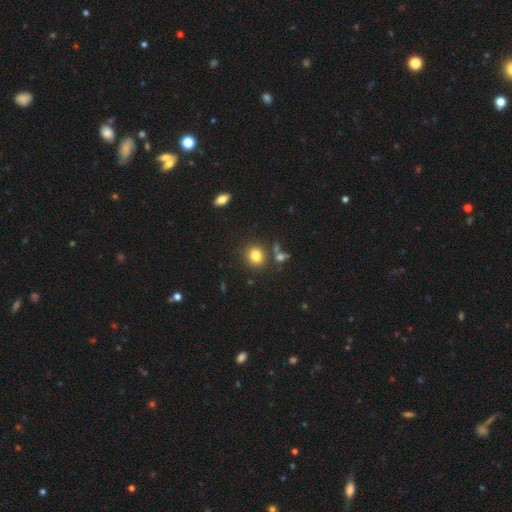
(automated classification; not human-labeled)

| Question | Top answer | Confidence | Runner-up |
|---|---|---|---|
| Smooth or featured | smooth | 82% | star or artifact (11%) |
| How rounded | round | 72% | in between (27%) |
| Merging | none | 79% | minor disturbance (9%) |